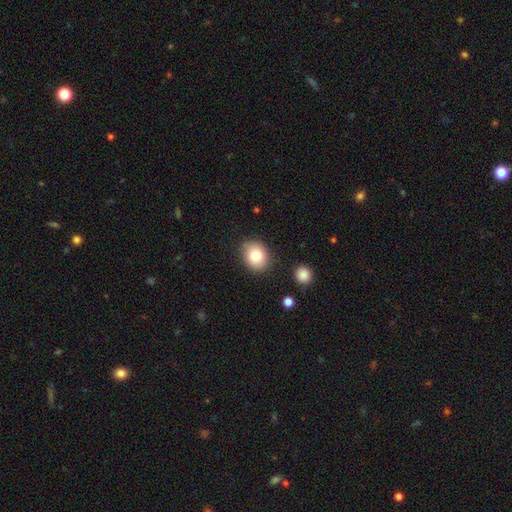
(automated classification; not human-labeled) smooth_or_featured: smooth (p=0.81) [alt: featured or disk p=0.10]
how_rounded: round (p=0.58) [alt: in between p=0.41]
merging: none (p=0.84) [alt: minor disturbance p=0.11]